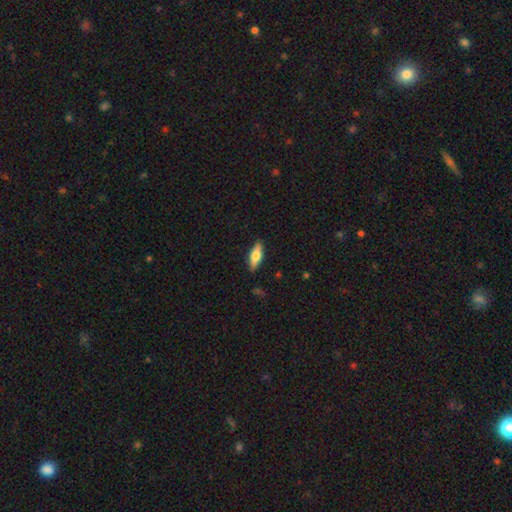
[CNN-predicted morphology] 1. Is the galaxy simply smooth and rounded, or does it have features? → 53% smooth, 41% featured or disk, 6% star or artifact.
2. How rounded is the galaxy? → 57% in between, 40% cigar-shaped, 3% round.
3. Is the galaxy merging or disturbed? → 88% none, 9% minor disturbance, 2% major disturbance, 1% merger.